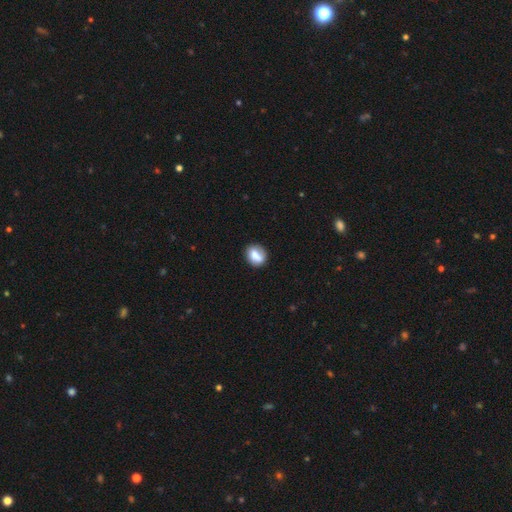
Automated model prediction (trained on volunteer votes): A smooth galaxy with no disk features (76%) that is round (53%).

Vote fractions:
- Smooth or featured? smooth: 76% / featured or disk: 16% / star or artifact: 8%
- How rounded? round: 53% / in between: 45% / cigar-shaped: 2%
- Merging? none: 68% / minor disturbance: 19% / merger: 7% / major disturbance: 6%